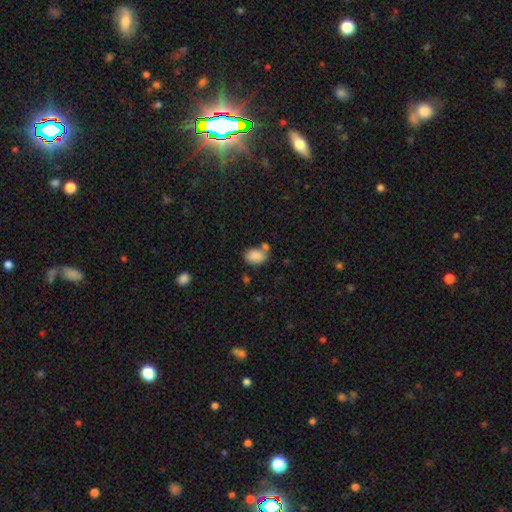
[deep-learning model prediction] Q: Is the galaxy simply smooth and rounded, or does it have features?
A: smooth — 87%.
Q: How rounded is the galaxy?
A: in between — 81%.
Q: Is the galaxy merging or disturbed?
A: none — 60%.